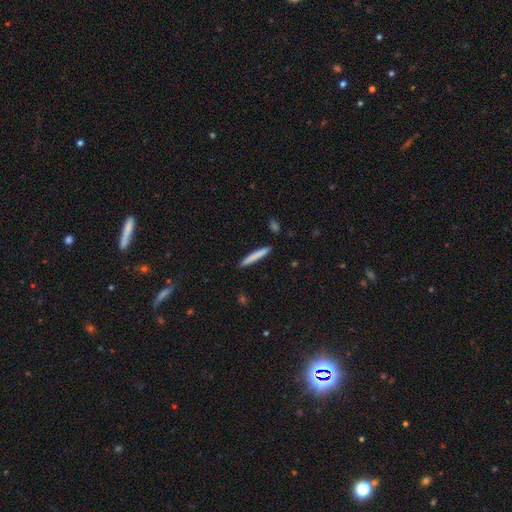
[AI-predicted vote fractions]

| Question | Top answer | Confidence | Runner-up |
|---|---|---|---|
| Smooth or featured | smooth | 78% | featured or disk (16%) |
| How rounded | cigar-shaped | 96% | in between (3%) |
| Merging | none | 90% | minor disturbance (7%) |